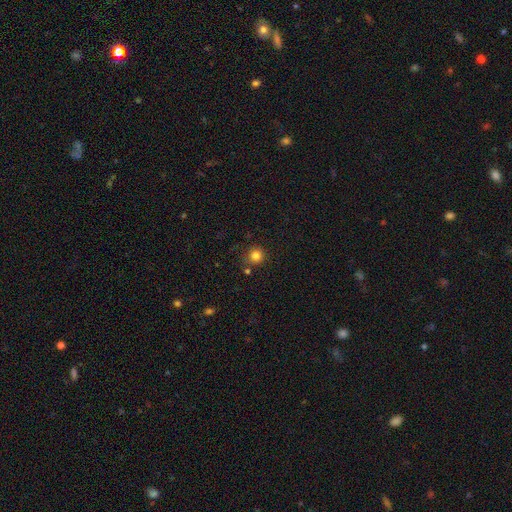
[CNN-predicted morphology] Smooth or featured: smooth — 82% (star or artifact — 13%)
How rounded: round — 93% (in between — 6%)
Merging: none — 81% (minor disturbance — 10%)